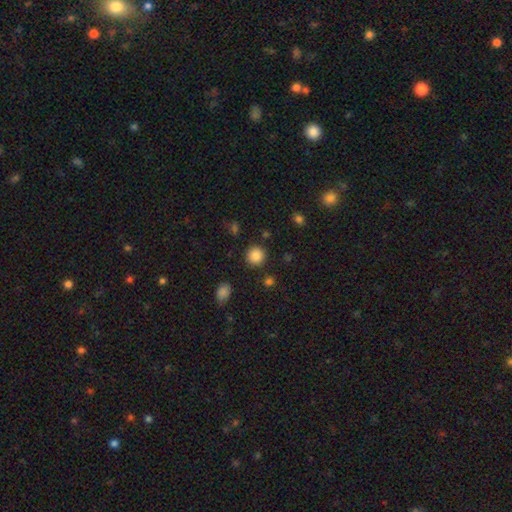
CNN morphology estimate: smooth-or-featured: smooth: 86% | star or artifact: 11% | featured or disk: 4%
  how-rounded: round: 93% | in between: 6% | cigar-shaped: 1%
  merging: none: 89% | minor disturbance: 6% | major disturbance: 3% | merger: 2%